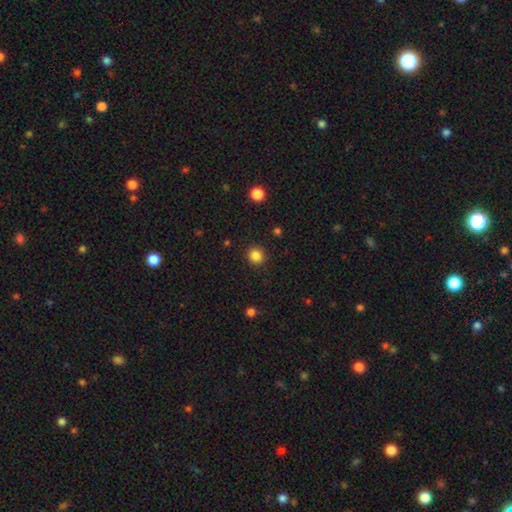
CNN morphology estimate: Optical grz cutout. It shows a smooth galaxy with no disk features (84%) that is round (89%). Merging: none (91%).